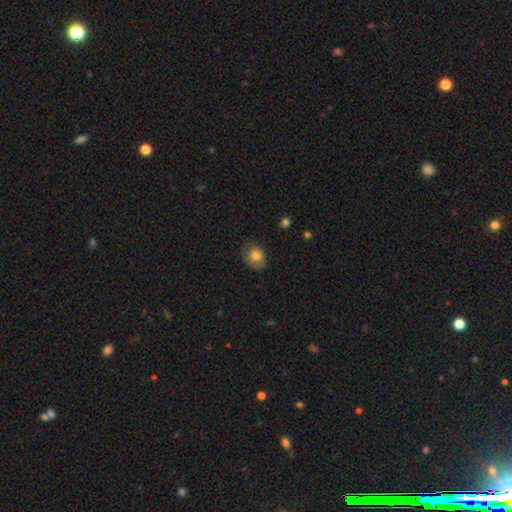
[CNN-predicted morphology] smooth-or-featured: smooth: 77% | featured or disk: 14% | star or artifact: 9%
  how-rounded: in between: 58% | round: 41% | cigar-shaped: 1%
  merging: none: 67% | minor disturbance: 25% | major disturbance: 7% | merger: 1%